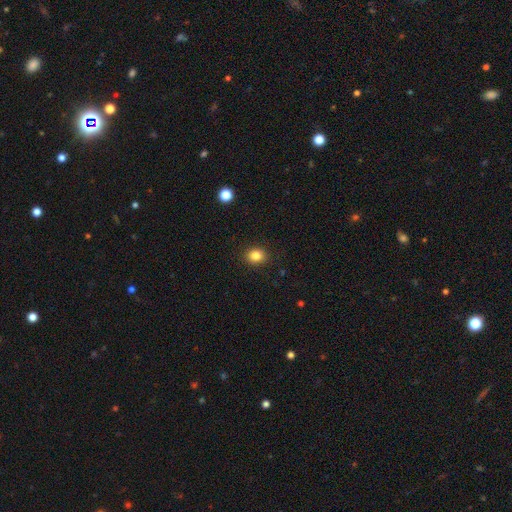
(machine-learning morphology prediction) Smooth or featured? smooth (84%)
How rounded? round (55%)
Merging? none (90%)